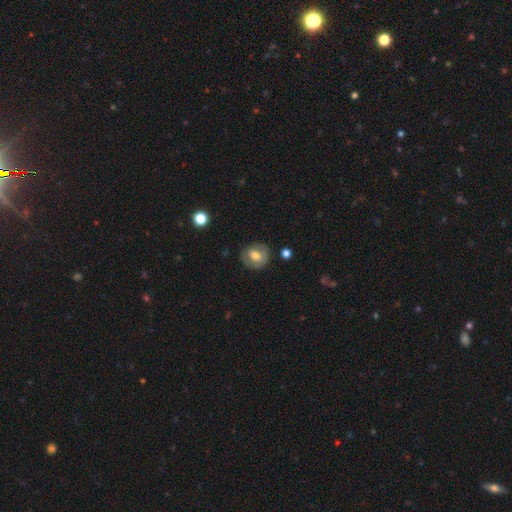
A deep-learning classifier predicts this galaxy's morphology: Q: Smooth or featured?
A: smooth (53%); runner-up: featured or disk (40%)
Q: How rounded?
A: round (68%); runner-up: in between (31%)
Q: Merging?
A: none (78%); runner-up: minor disturbance (15%)